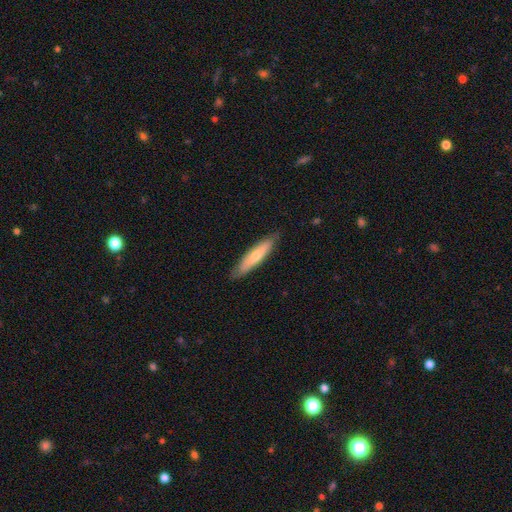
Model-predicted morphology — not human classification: Q: Smooth or featured?
A: smooth (60%); runner-up: featured or disk (34%)
Q: How rounded?
A: cigar-shaped (84%); runner-up: in between (15%)
Q: Merging?
A: none (85%); runner-up: minor disturbance (12%)